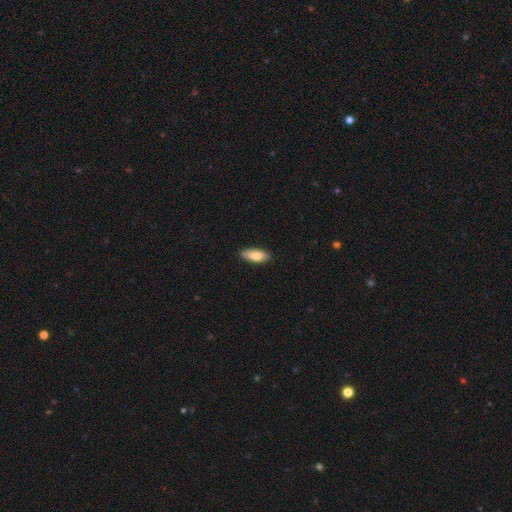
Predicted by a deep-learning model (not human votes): smooth-or-featured: smooth: 82% | featured or disk: 12% | star or artifact: 6%
  how-rounded: in between: 84% | cigar-shaped: 14% | round: 2%
  merging: none: 86% | minor disturbance: 12% | major disturbance: 2% | merger: 1%